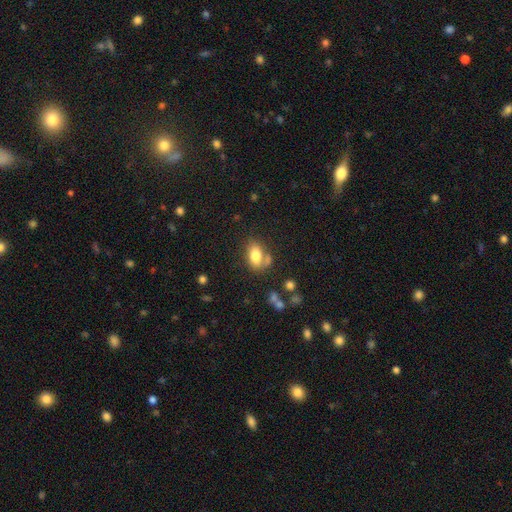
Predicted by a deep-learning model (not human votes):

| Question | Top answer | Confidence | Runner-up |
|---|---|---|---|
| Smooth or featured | smooth | 78% | featured or disk (13%) |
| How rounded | in between | 86% | round (12%) |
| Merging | none | 55% | minor disturbance (19%) |